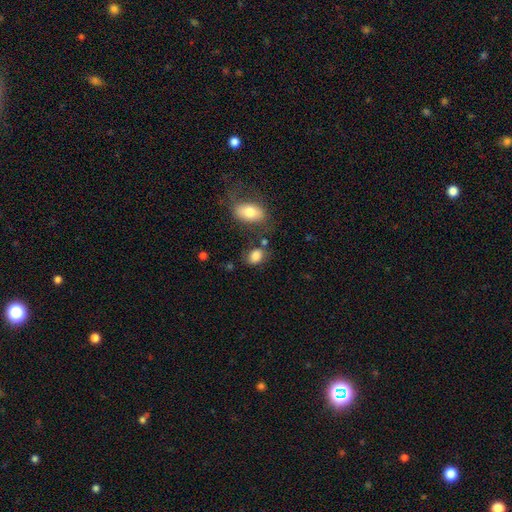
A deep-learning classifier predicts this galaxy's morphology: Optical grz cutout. It shows a smooth galaxy with no disk features (83%) that is in between round and cigar-shaped (80%). Merging: none (65%).